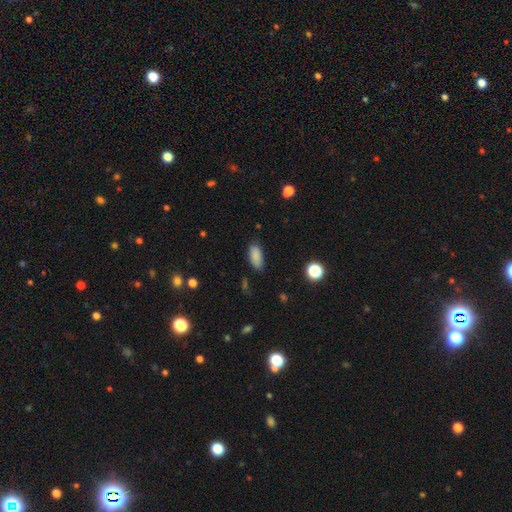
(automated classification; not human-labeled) The model was most divided on "merging": none: 83%, minor disturbance: 13%, major disturbance: 3%, merger: 1%. More confident: smooth or featured — smooth (87%); how rounded — in between (87%).